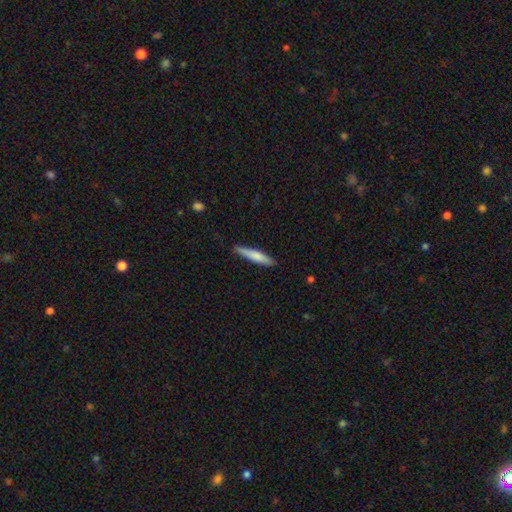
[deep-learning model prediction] This appears to be a smooth galaxy with no disk features (73%) that is cigar-shaped (90%). Merging: none (87%).